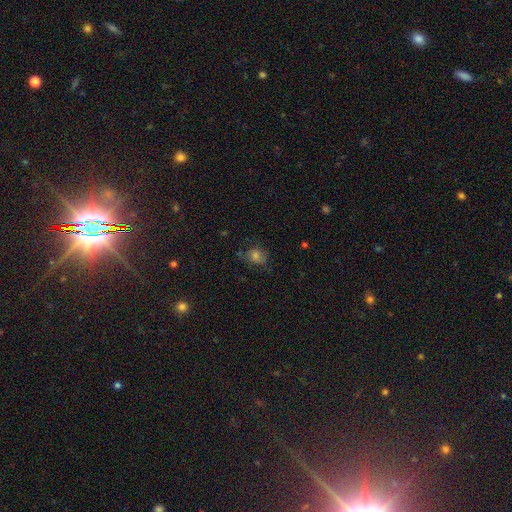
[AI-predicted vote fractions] smooth 61%, star or artifact 21%, featured or disk 19%. Down the decision tree: how rounded — round (58%); merging — none (62%).